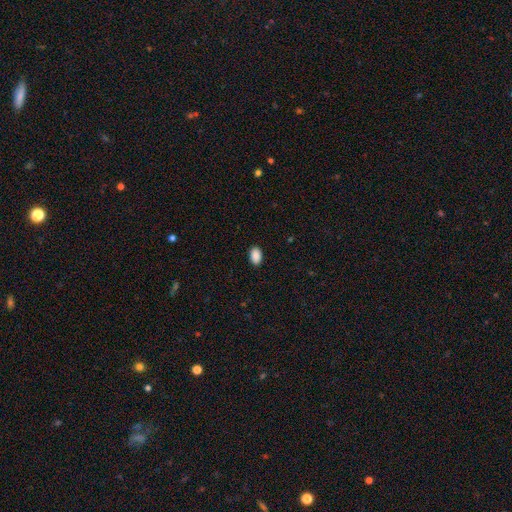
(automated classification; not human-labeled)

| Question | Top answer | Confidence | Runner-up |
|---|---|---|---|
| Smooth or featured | smooth | 90% | star or artifact (7%) |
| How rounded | in between | 90% | round (9%) |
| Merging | none | 89% | minor disturbance (8%) |